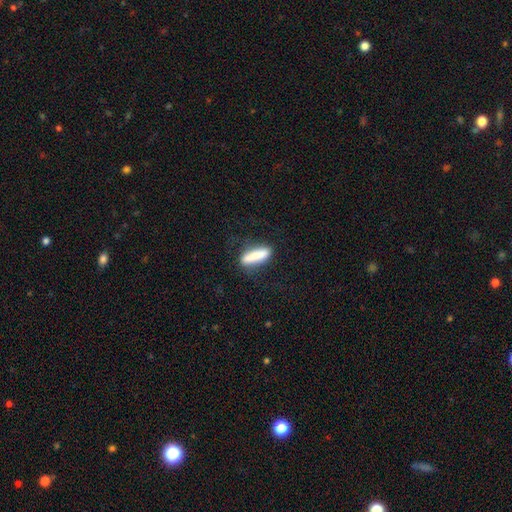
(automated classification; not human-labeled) smooth_or_featured: smooth (p=0.79) [alt: featured or disk p=0.15]
how_rounded: cigar-shaped (p=0.76) [alt: in between p=0.23]
merging: none (p=0.75) [alt: minor disturbance p=0.16]